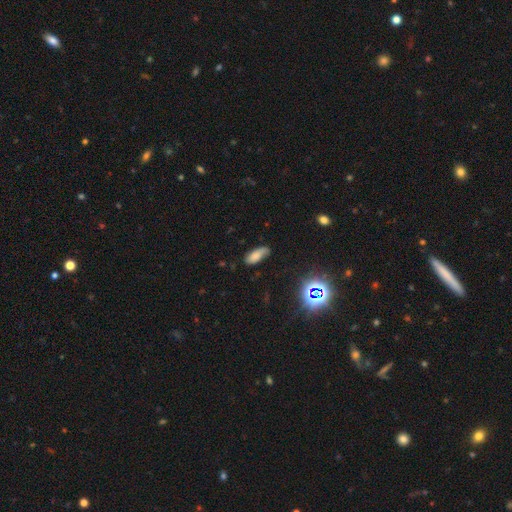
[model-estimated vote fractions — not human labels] Q: Smooth or featured?
A: smooth (71%); runner-up: featured or disk (16%)
Q: How rounded?
A: in between (76%); runner-up: cigar-shaped (21%)
Q: Merging?
A: none (65%); runner-up: minor disturbance (26%)